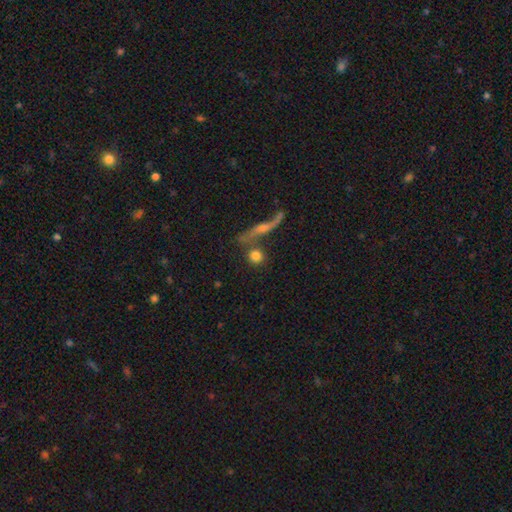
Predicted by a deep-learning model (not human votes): A smooth galaxy with no disk features (77%) that is round (88%). Merging: none (64%).